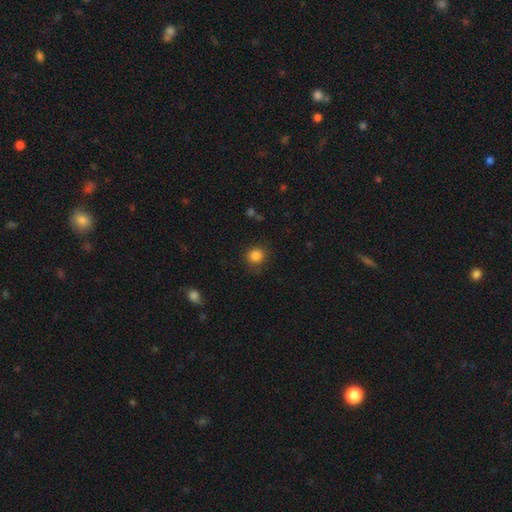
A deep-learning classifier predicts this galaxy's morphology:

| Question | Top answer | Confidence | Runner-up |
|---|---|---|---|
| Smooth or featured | smooth | 85% | star or artifact (11%) |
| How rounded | round | 89% | in between (10%) |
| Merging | none | 83% | minor disturbance (12%) |